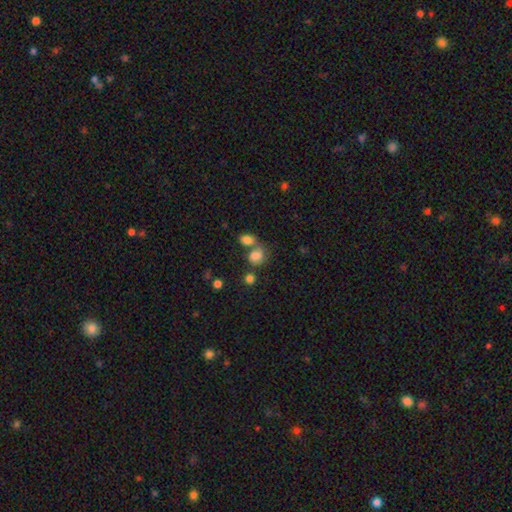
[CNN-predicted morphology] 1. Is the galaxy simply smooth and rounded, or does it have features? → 74% smooth, 13% featured or disk, 13% star or artifact.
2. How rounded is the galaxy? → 50% in between, 49% round, 1% cigar-shaped.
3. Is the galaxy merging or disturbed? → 49% merger, 32% none, 12% minor disturbance, 8% major disturbance.